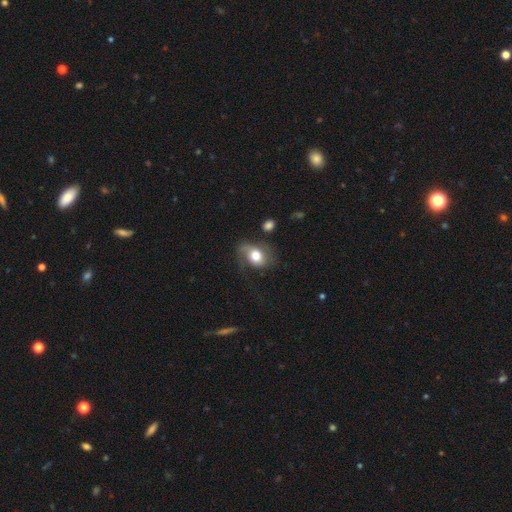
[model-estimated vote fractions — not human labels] Smooth or featured?
  - smooth: 64% *
  - featured or disk: 29%
  - star or artifact: 8%
How rounded?
  - in between: 67% *
  - round: 32%
  - cigar-shaped: 1%
Merging?
  - none: 45% *
  - minor disturbance: 29%
  - major disturbance: 22%
  - merger: 4%